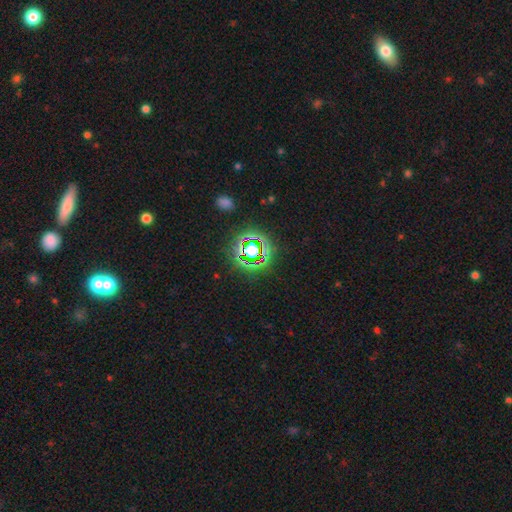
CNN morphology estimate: Smooth or featured? star or artifact (76%)